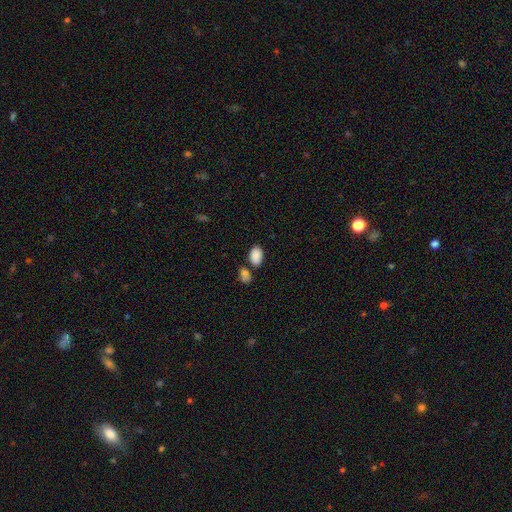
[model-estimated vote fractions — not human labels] smooth_or_featured: smooth (p=0.88) [alt: star or artifact p=0.08]
how_rounded: in between (p=0.90) [alt: round p=0.08]
merging: none (p=0.65) [alt: merger p=0.18]